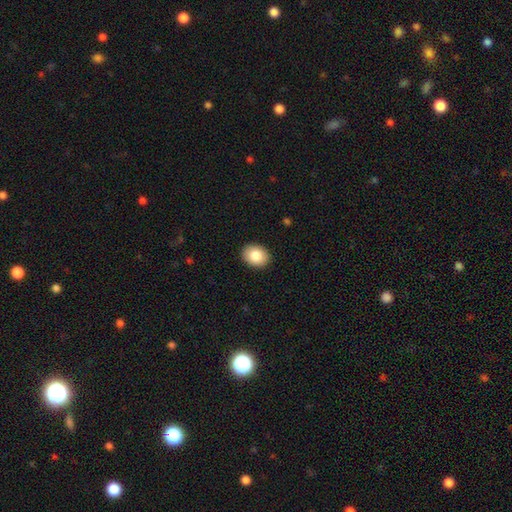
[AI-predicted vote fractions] Q: Smooth or featured?
A: smooth (85%); runner-up: featured or disk (8%)
Q: How rounded?
A: in between (62%); runner-up: round (37%)
Q: Merging?
A: none (91%); runner-up: minor disturbance (7%)